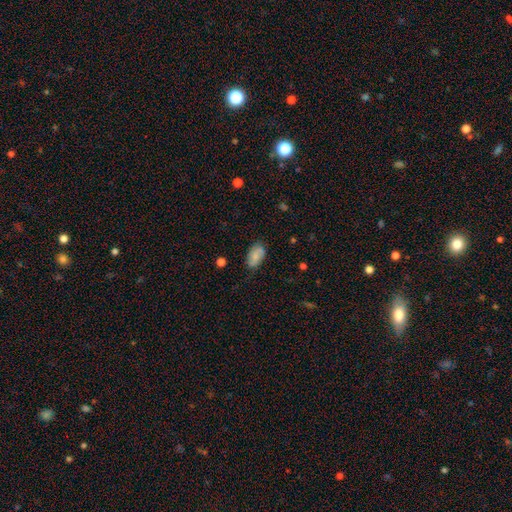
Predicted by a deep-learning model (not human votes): This appears to be a smooth galaxy with no disk features (71%) that is in between round and cigar-shaped (92%). Merging: none (75%).